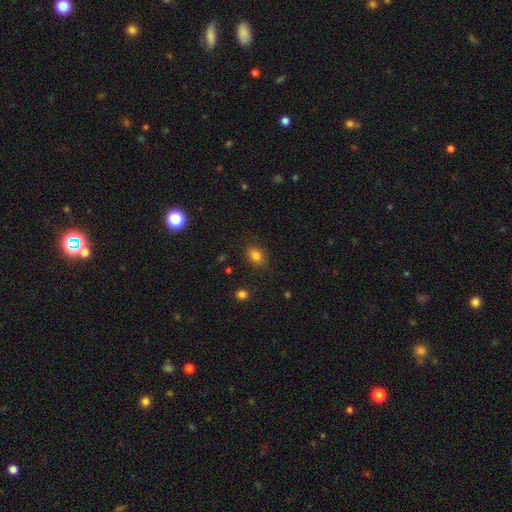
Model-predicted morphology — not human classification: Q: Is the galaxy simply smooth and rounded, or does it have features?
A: smooth — 83%.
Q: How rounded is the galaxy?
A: in between — 70%.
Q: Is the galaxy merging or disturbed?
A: none — 85%.